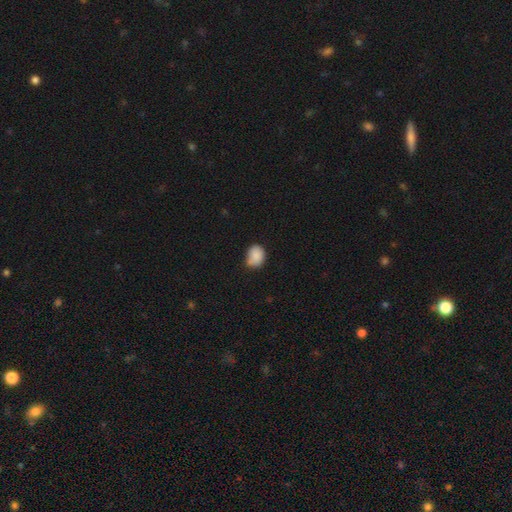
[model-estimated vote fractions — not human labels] Q: Smooth or featured?
A: smooth (87%); runner-up: star or artifact (8%)
Q: How rounded?
A: in between (55%); runner-up: round (44%)
Q: Merging?
A: none (60%); runner-up: minor disturbance (31%)